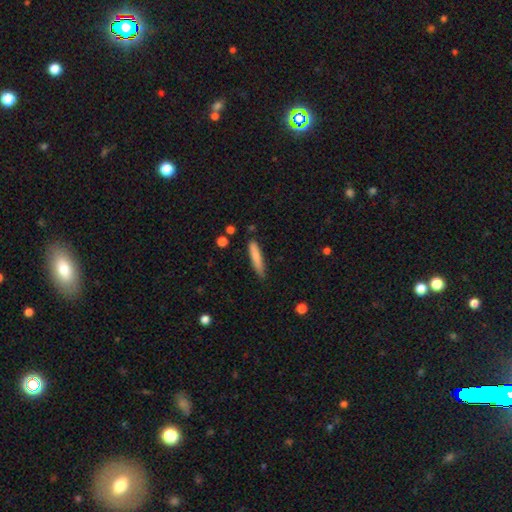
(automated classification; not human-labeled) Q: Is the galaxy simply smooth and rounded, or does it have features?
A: smooth — 80%.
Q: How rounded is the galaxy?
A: cigar-shaped — 89%.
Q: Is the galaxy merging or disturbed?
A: none — 78%.